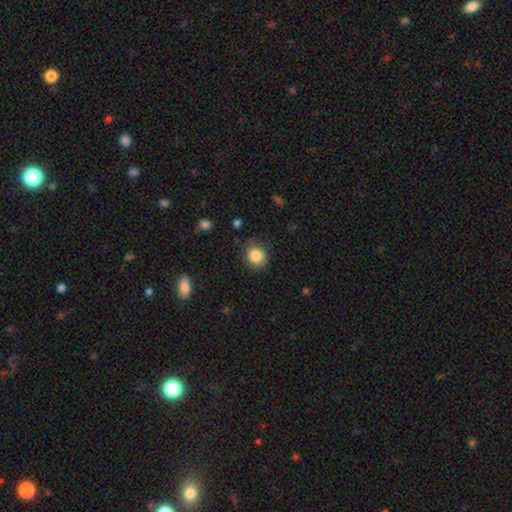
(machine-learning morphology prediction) Q: Smooth or featured?
A: smooth (85%); runner-up: star or artifact (10%)
Q: How rounded?
A: round (81%); runner-up: in between (18%)
Q: Merging?
A: none (84%); runner-up: minor disturbance (12%)